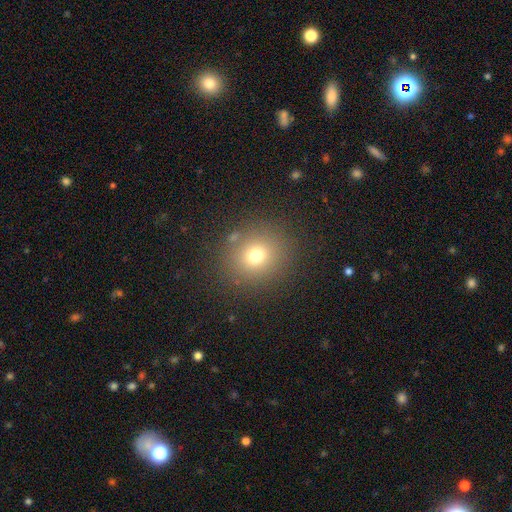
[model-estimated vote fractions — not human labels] smooth_or_featured: smooth (p=0.71) [alt: star or artifact p=0.18]
how_rounded: round (p=0.86) [alt: in between p=0.13]
merging: none (p=0.84) [alt: minor disturbance p=0.09]